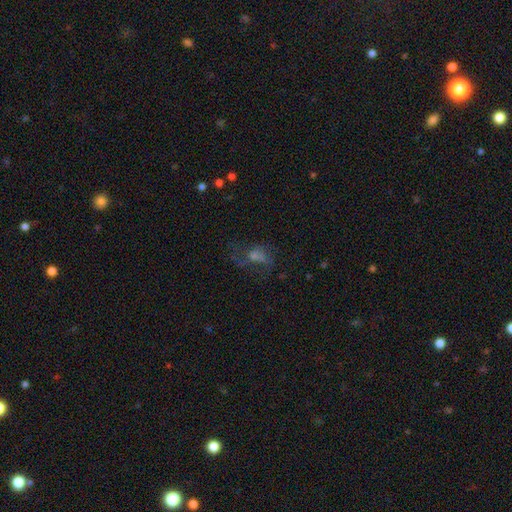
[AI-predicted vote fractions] Q: Smooth or featured?
A: featured or disk (42%); runner-up: smooth (31%)
Q: Merging?
A: none (42%); runner-up: major disturbance (37%)